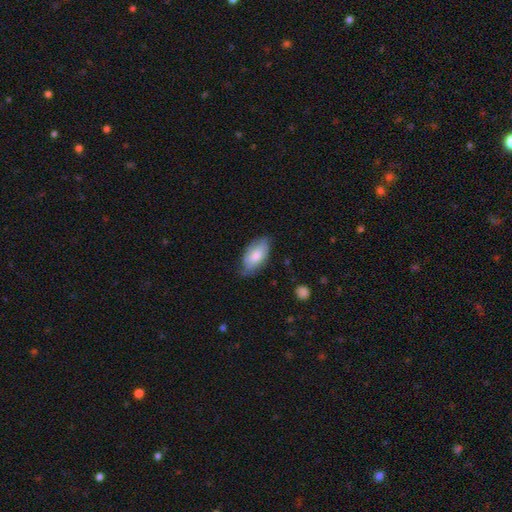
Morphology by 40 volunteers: smooth 80%, featured or disk 18%, star or artifact 2%. Down the decision tree: how rounded — in between (97%); merging — none (82%).